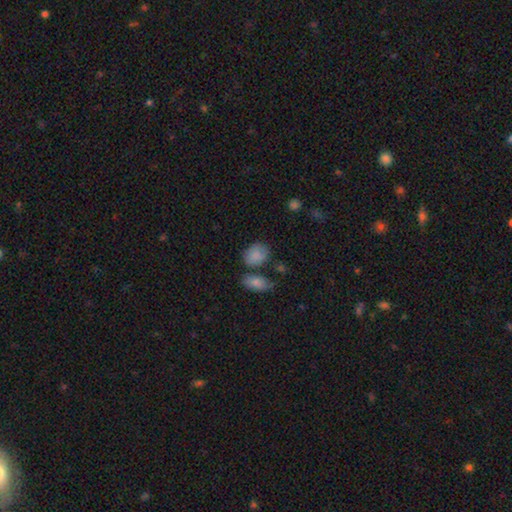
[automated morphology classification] Smooth or featured? Predicted: smooth (p=0.85). How rounded? Predicted: in between (p=0.66). Merging? Predicted: none (p=0.58).